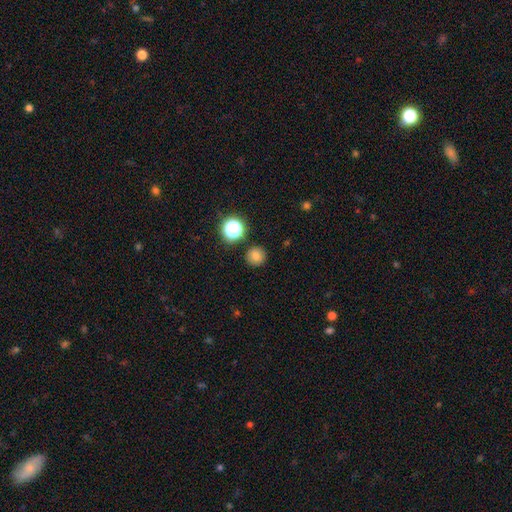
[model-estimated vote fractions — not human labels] A smooth galaxy with no disk features (77%) that is round (94%). Merging: none (89%).